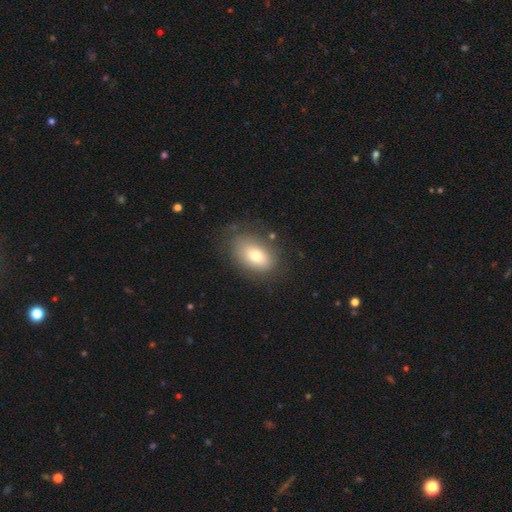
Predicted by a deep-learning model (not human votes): The model was most divided on "smooth or featured": smooth: 73%, featured or disk: 19%, star or artifact: 9%. More confident: how rounded — in between (88%); merging — none (76%).